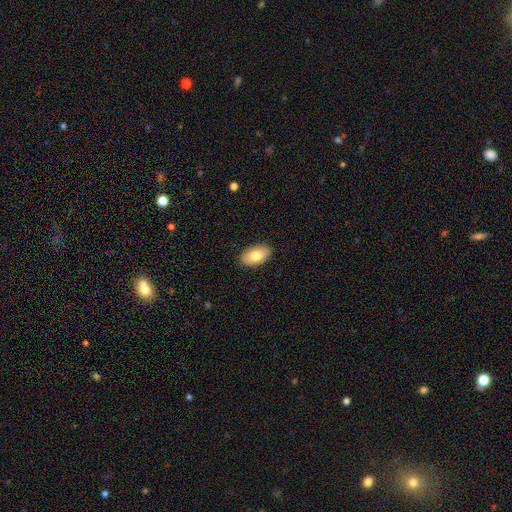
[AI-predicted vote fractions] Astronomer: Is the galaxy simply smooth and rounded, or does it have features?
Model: smooth — 78%.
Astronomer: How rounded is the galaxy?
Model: in between — 94%.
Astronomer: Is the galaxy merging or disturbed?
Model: none — 88%.